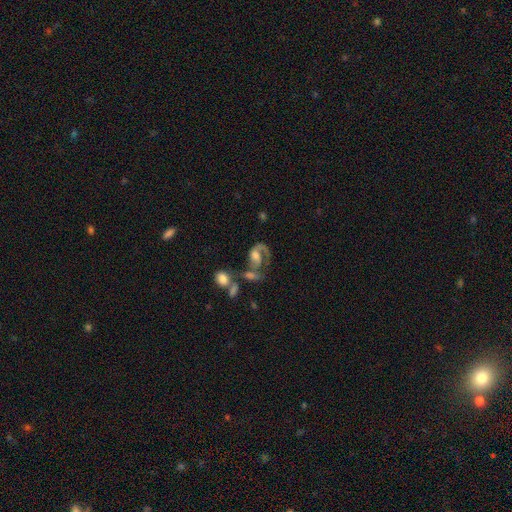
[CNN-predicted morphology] A featured or disk galaxy (73%) with no bar (59%), 1 (57%) medium (42%) spiral arms (85%) and a moderate central bulge (45%). Merging: major disturbance (30%, tied with merger).